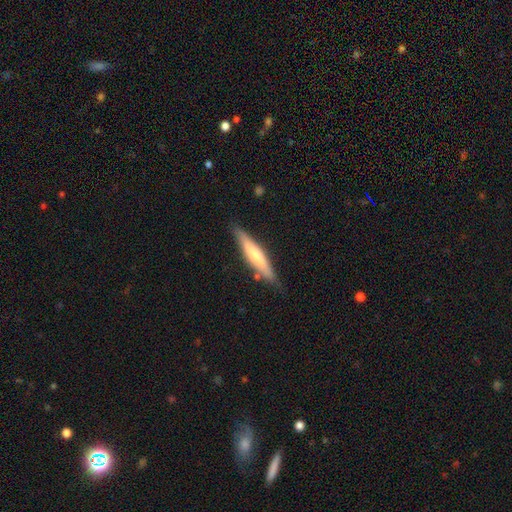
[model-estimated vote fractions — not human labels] Smooth or featured?
  - smooth: 57% *
  - featured or disk: 38%
  - star or artifact: 5%
How rounded?
  - cigar-shaped: 87% *
  - in between: 12%
  - round: 1%
Merging?
  - none: 80% *
  - minor disturbance: 14%
  - merger: 3%
  - major disturbance: 3%